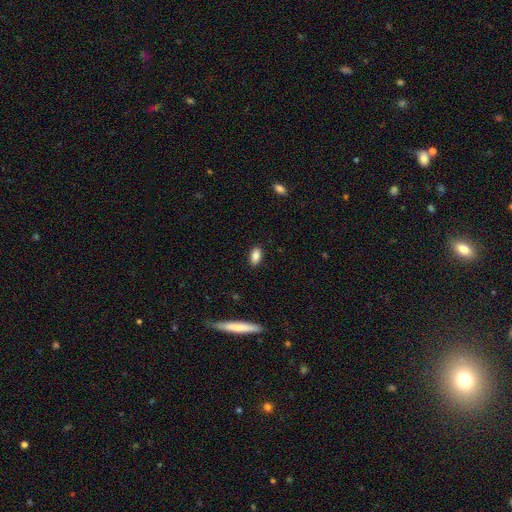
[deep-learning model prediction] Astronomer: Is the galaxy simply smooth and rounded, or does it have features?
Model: smooth — 86%.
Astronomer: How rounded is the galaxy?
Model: in between — 90%.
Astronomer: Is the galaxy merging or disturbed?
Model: none — 88%.